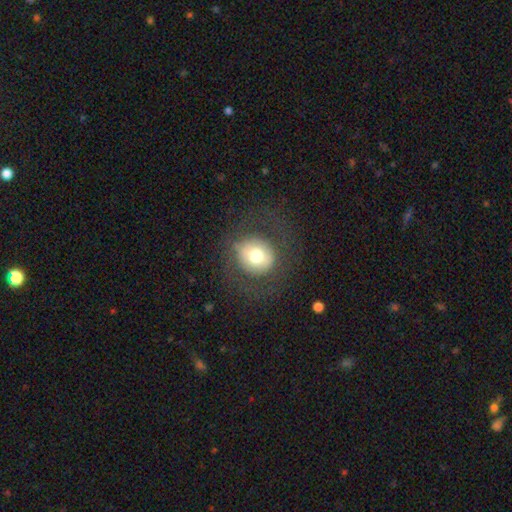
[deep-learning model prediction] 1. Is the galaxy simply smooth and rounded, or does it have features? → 64% smooth, 25% featured or disk, 11% star or artifact.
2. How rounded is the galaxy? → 89% round, 10% in between, 1% cigar-shaped.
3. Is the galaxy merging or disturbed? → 77% none, 11% major disturbance, 11% minor disturbance, 1% merger.